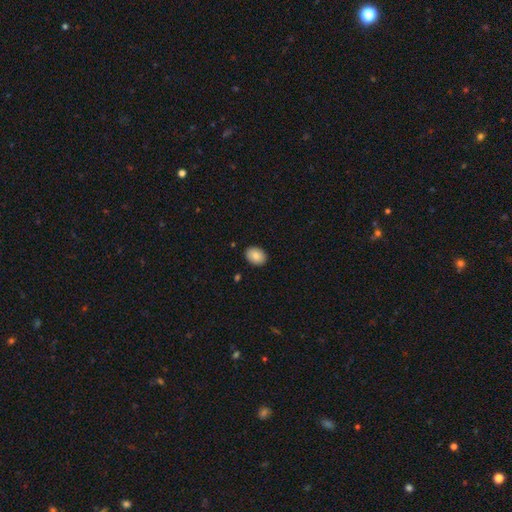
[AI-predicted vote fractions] A smooth galaxy with no disk features (85%) that is in between round and cigar-shaped (75%).

Vote fractions:
- Smooth or featured? smooth: 85% / featured or disk: 8% / star or artifact: 7%
- How rounded? in between: 75% / round: 24% / cigar-shaped: 1%
- Merging? none: 89% / minor disturbance: 8% / major disturbance: 2% / merger: 1%